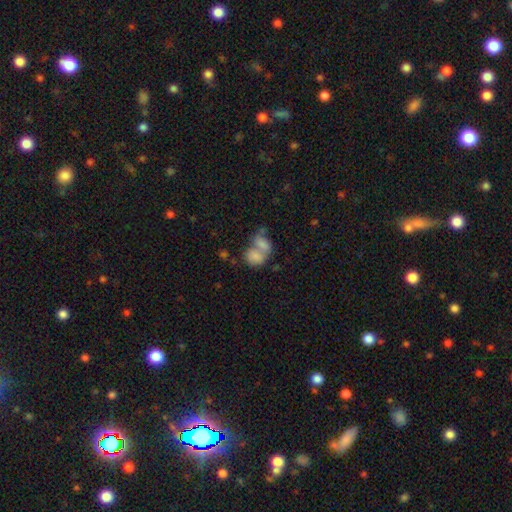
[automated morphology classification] A smooth galaxy with no disk features (75%) that is in between round and cigar-shaped (73%).

Vote fractions:
- Smooth or featured? smooth: 75% / featured or disk: 16% / star or artifact: 9%
- How rounded? in between: 73% / round: 25% / cigar-shaped: 2%
- Merging? merger: 73% / none: 16% / minor disturbance: 6% / major disturbance: 5%